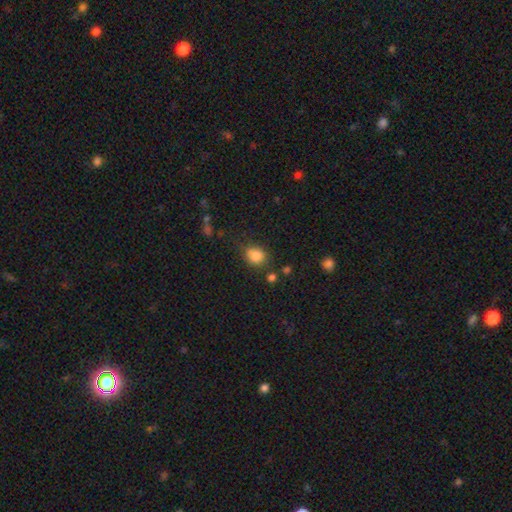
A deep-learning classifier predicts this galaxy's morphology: smooth 83%, star or artifact 11%, featured or disk 6%. Down the decision tree: how rounded — round (62%); merging — none (65%).